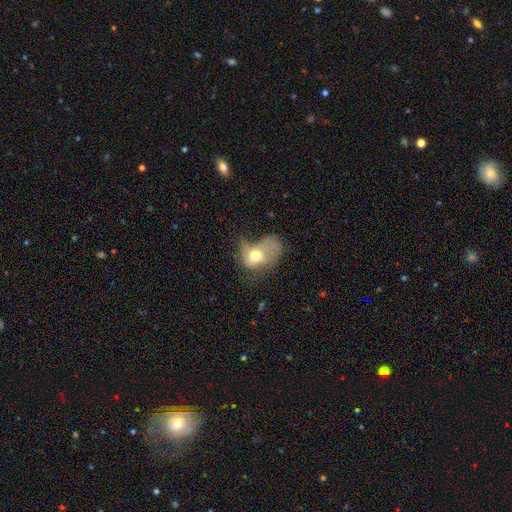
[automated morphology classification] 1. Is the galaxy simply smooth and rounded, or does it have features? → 63% smooth, 26% featured or disk, 11% star or artifact.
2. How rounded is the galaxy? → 66% in between, 33% round, 1% cigar-shaped.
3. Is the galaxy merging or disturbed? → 51% major disturbance, 26% minor disturbance, 17% none, 6% merger.